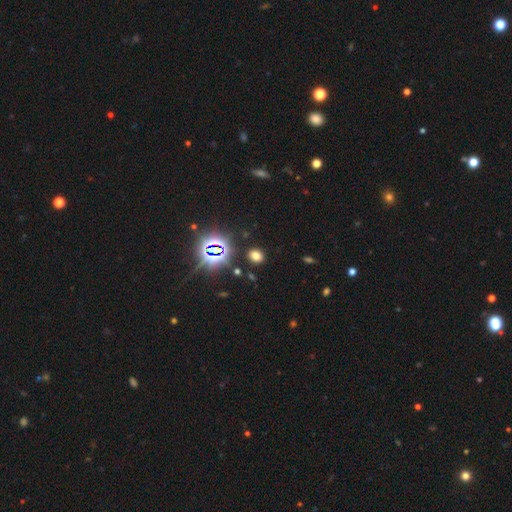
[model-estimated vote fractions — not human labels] smooth 66%, star or artifact 27%, featured or disk 7%. Down the decision tree: how rounded — round (57%); merging — none (88%).